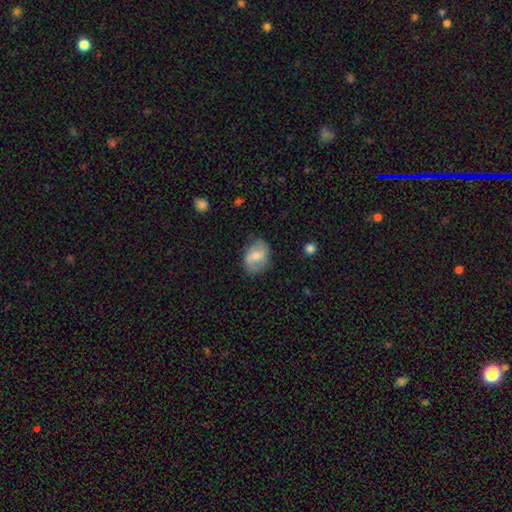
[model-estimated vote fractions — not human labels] Q: Smooth or featured?
A: smooth (53%); runner-up: featured or disk (40%)
Q: How rounded?
A: in between (65%); runner-up: round (34%)
Q: Merging?
A: none (72%); runner-up: minor disturbance (21%)